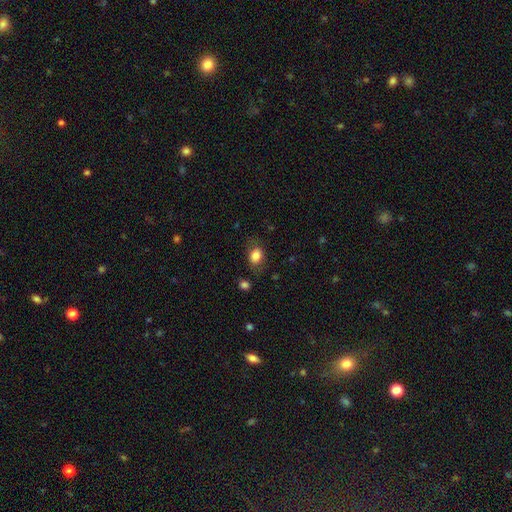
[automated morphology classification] This appears to be a smooth galaxy with no disk features (81%) that is in between round and cigar-shaped (70%). Merging: none (72%).